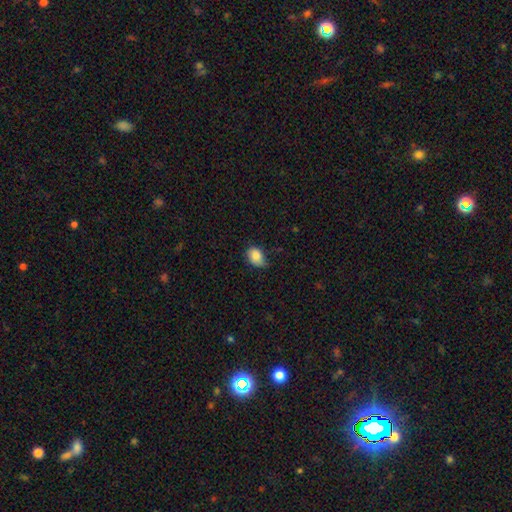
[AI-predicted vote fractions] smooth_or_featured: smooth (p=0.84) [alt: star or artifact p=0.08]
how_rounded: in between (p=0.72) [alt: round p=0.27]
merging: none (p=0.58) [alt: minor disturbance p=0.34]